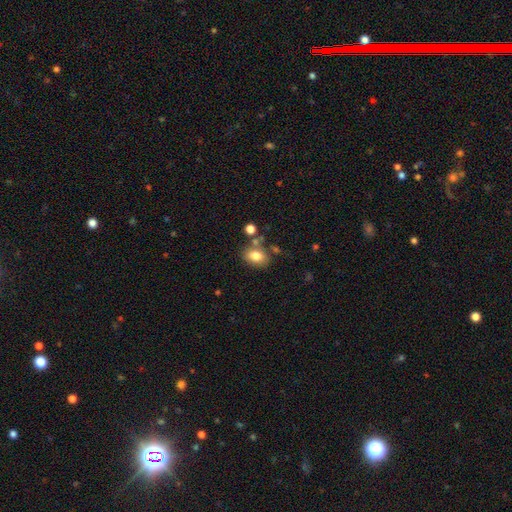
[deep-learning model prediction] A smooth galaxy with no disk features (80%) that is in between round and cigar-shaped (77%). Merging: none (68%).